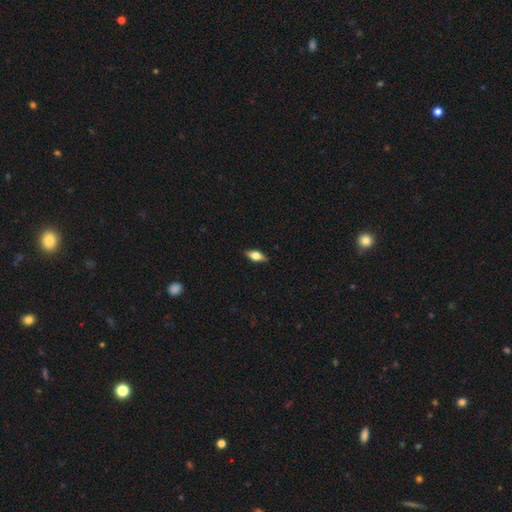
This is possibly a featured or disk galaxy (58%). It is clearly viewed edge-on (86%). Edge-on bulge: clearly rounded (100%). Merging: clearly none (94%).